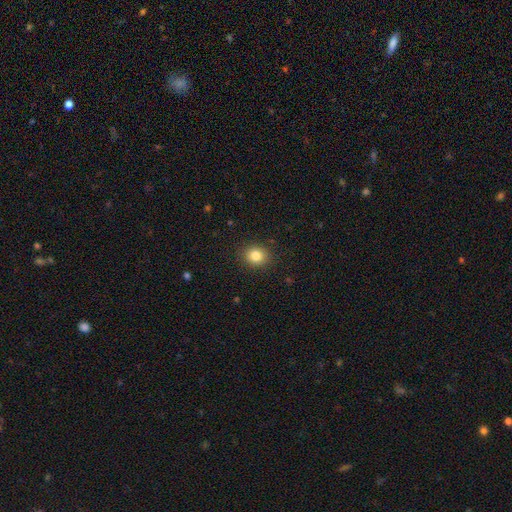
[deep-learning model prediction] Overall: smooth (83%). How rounded: round (71%). Merging: none (89%).